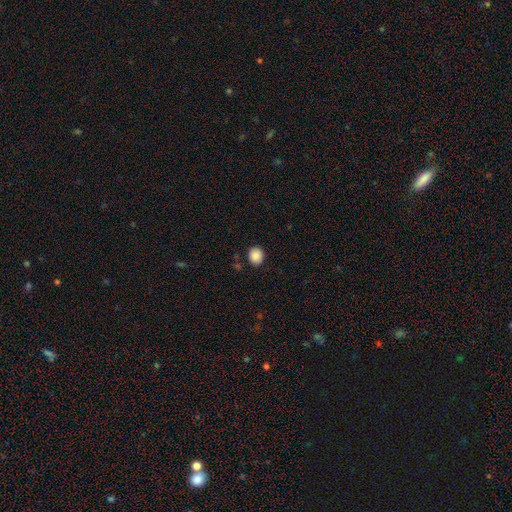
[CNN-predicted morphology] Overall: smooth (88%). How rounded: round (71%). Merging: none (88%).